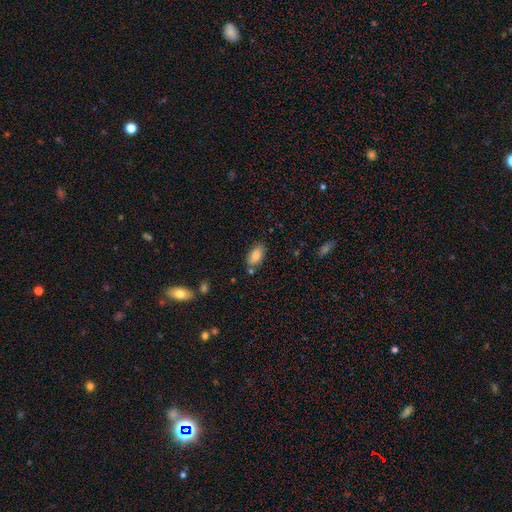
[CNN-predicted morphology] The model was most divided on "merging": none: 77%, minor disturbance: 15%, merger: 6%, major disturbance: 3%. More confident: how rounded — in between (91%); smooth or featured — smooth (82%).